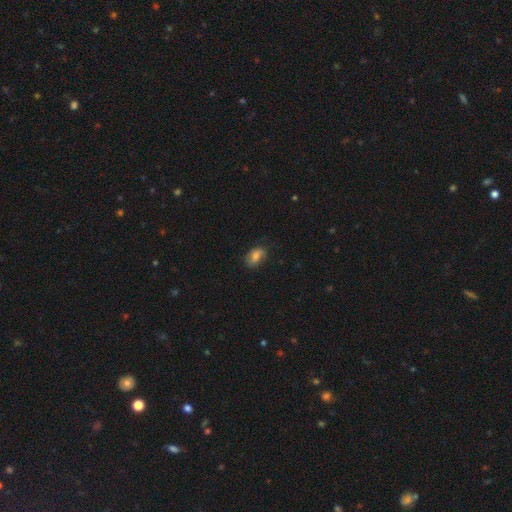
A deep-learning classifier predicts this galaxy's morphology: This appears to be a smooth galaxy with no disk features (74%) that is in between round and cigar-shaped (86%). Merging: none (65%).